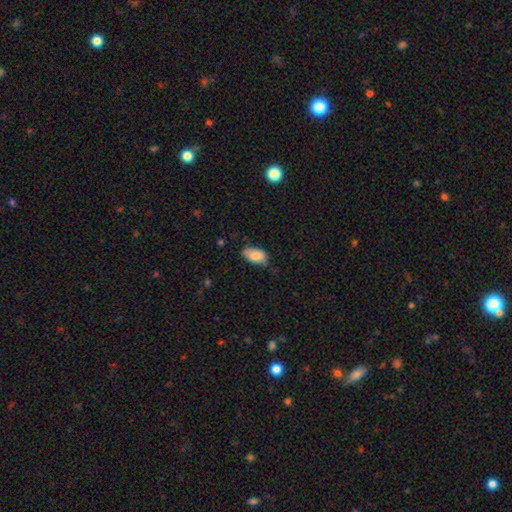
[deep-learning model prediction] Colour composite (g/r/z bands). It shows a smooth galaxy with no disk features (83%) that is in between round and cigar-shaped (94%). Merging: none (68%).